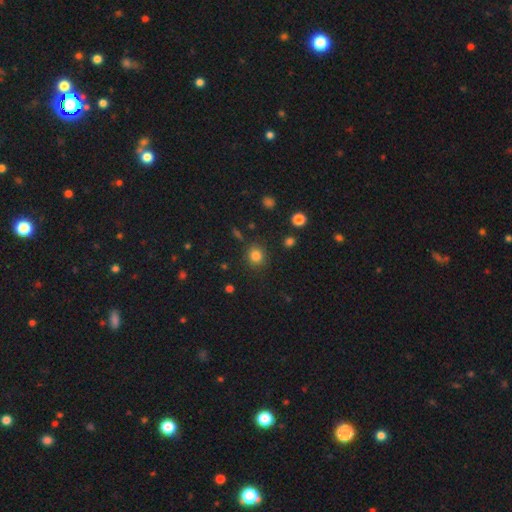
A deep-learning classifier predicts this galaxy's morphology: smooth 82%, star or artifact 13%, featured or disk 5%. Down the decision tree: how rounded — round (82%); merging — none (86%).